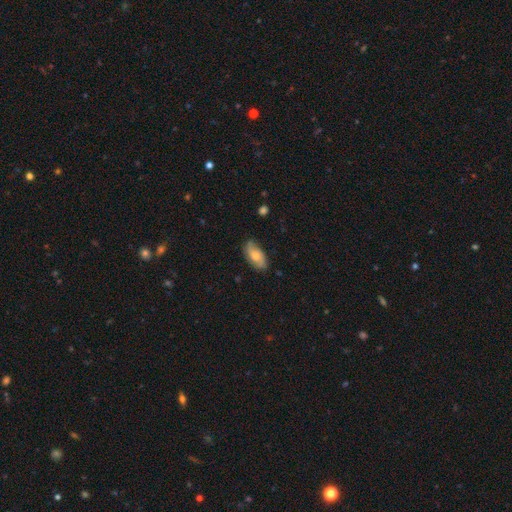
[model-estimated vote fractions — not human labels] smooth-or-featured: smooth: 54% | featured or disk: 39% | star or artifact: 7%
  how-rounded: in between: 90% | cigar-shaped: 6% | round: 4%
  merging: none: 74% | minor disturbance: 20% | major disturbance: 4% | merger: 1%